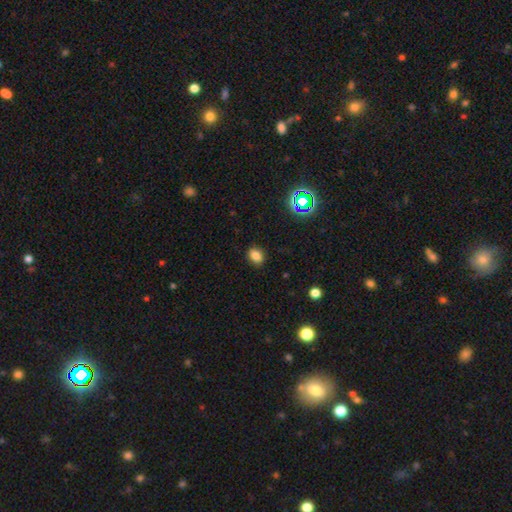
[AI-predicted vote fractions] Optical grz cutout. It shows a smooth galaxy with no disk features (81%) that is in between round and cigar-shaped (63%). Merging: none (87%).